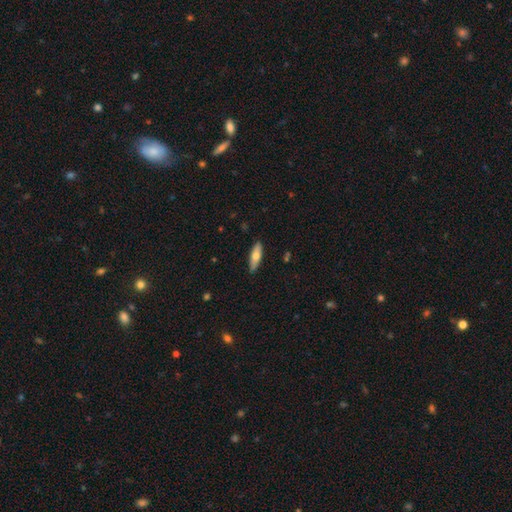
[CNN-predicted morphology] The model was most divided on "how rounded" (2-way tie): cigar-shaped: 49%, in between: 49%, round: 2%. More confident: merging — none (86%); smooth or featured — smooth (65%).